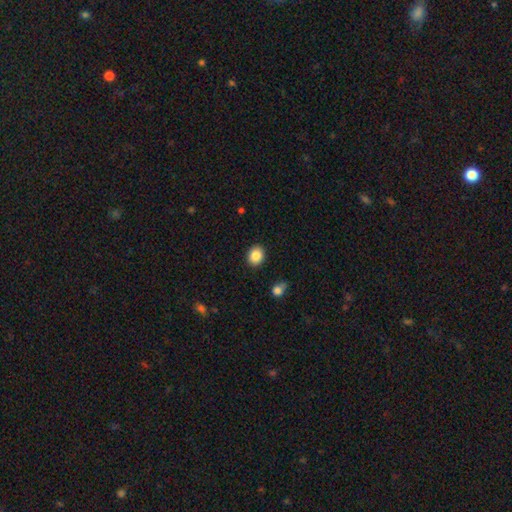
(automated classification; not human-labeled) smooth_or_featured: smooth (p=0.87) [alt: star or artifact p=0.09]
how_rounded: round (p=0.58) [alt: in between p=0.41]
merging: none (p=0.89) [alt: minor disturbance p=0.08]